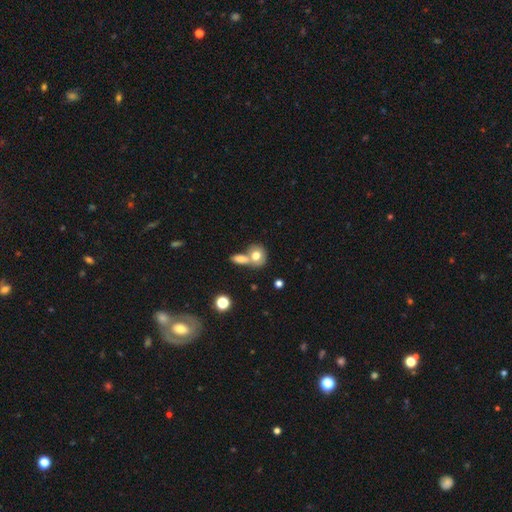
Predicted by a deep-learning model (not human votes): Smooth or featured: smooth — 74% (featured or disk — 17%)
How rounded: round — 56% (in between — 42%)
Merging: merger — 53% (none — 34%)